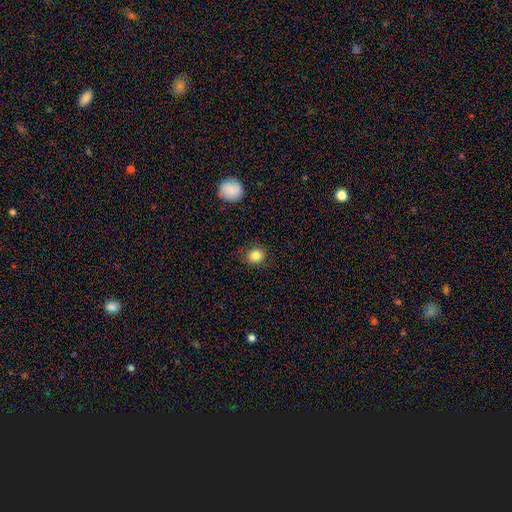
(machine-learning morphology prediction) Smooth or featured? Predicted: smooth (p=0.84). How rounded? Predicted: round (p=0.87). Merging? Predicted: none (p=0.88).